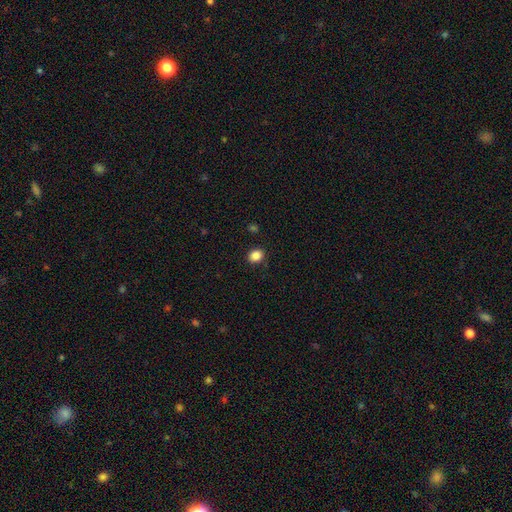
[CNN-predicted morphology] Overall: smooth (86%). How rounded: round (60%; in between 40%). Merging: none (88%).